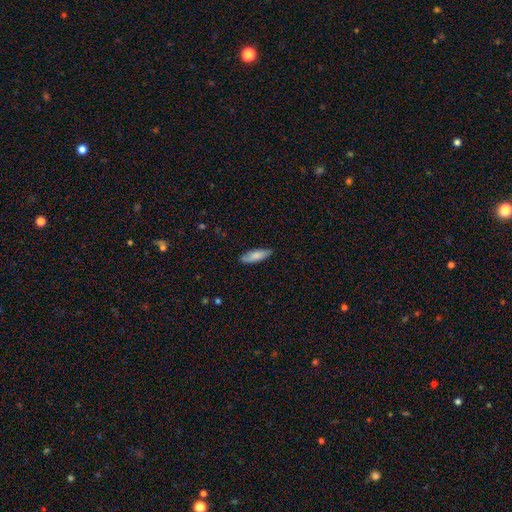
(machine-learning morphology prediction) The model was most divided on "how rounded": in between: 51%, cigar-shaped: 47%, round: 2%. More confident: merging — none (81%); smooth or featured — smooth (78%).